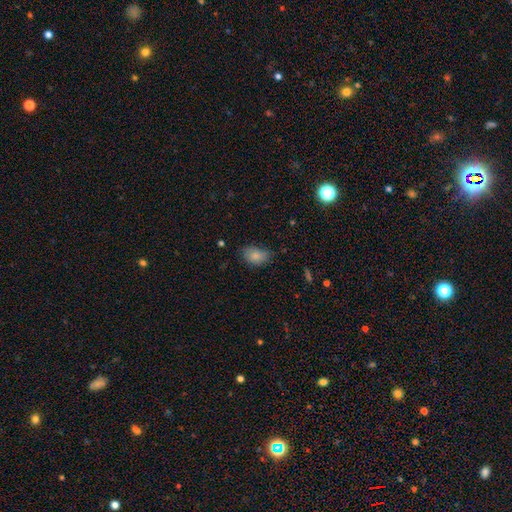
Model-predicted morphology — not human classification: smooth_or_featured: smooth (p=0.84) [alt: star or artifact p=0.08]
how_rounded: in between (p=0.83) [alt: round p=0.16]
merging: none (p=0.61) [alt: minor disturbance p=0.30]